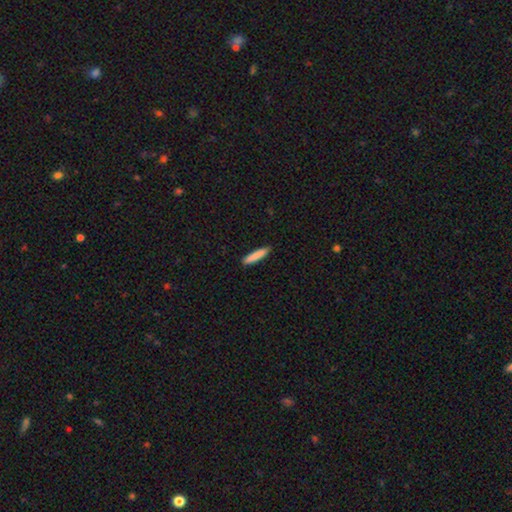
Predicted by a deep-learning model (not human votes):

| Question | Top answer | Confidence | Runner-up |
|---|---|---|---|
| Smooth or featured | smooth | 86% | featured or disk (8%) |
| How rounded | cigar-shaped | 89% | in between (10%) |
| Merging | none | 90% | minor disturbance (7%) |